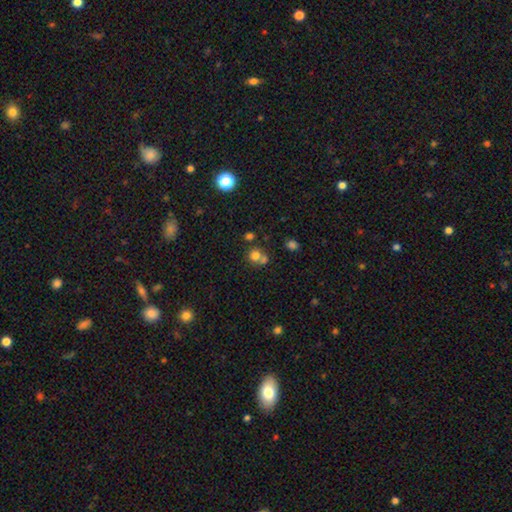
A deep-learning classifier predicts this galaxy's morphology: smooth 74%, star or artifact 14%, featured or disk 12%. Down the decision tree: how rounded — round (84%); merging — none (47%).